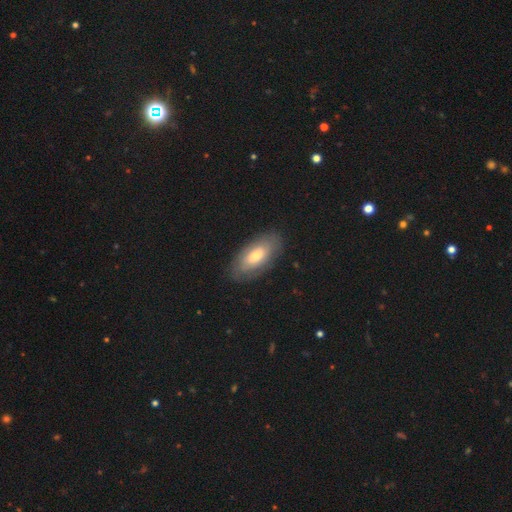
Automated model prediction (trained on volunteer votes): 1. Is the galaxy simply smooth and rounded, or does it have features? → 66% smooth, 28% featured or disk, 6% star or artifact.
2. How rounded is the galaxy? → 89% in between, 9% cigar-shaped, 2% round.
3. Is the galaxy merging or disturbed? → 84% none, 12% minor disturbance, 3% major disturbance, 1% merger.